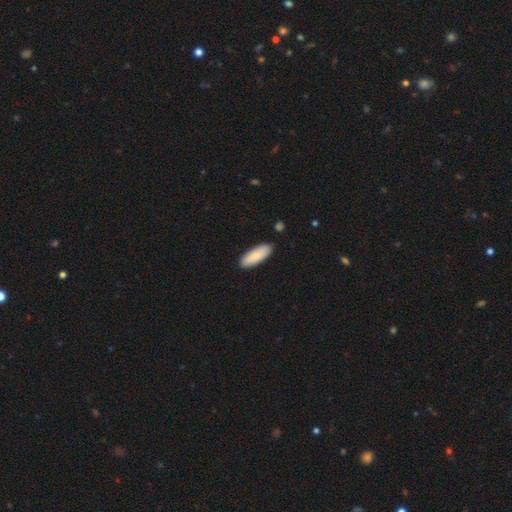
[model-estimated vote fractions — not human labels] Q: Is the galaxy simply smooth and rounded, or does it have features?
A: smooth — 88%.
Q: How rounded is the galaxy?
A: in between — 68%.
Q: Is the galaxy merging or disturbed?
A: none — 88%.